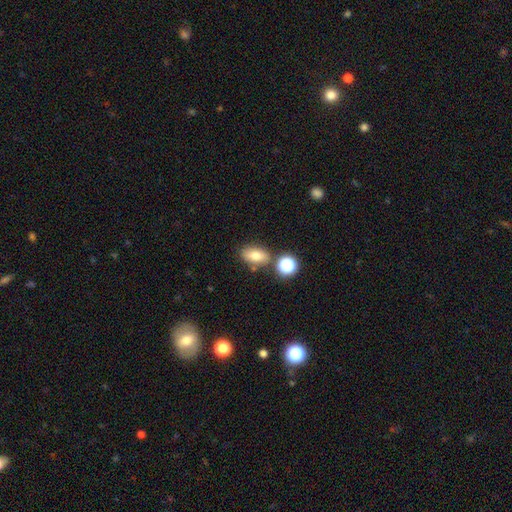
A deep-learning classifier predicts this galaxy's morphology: type=smooth (75%); roundness=in between (80%); merging=none (72%).